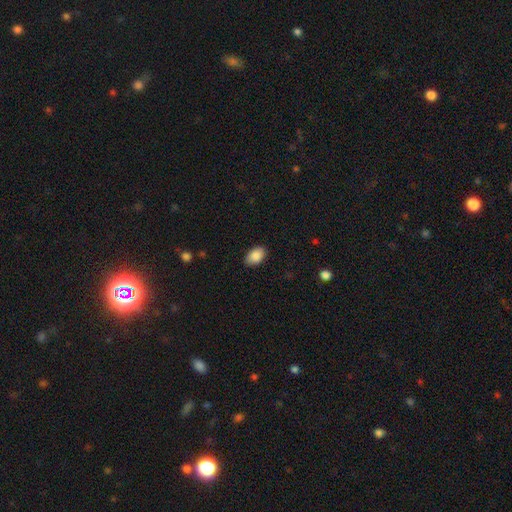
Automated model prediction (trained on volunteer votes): This is clearly a smooth galaxy (89%). How rounded: clearly in between (89%). Merging: clearly none (86%).